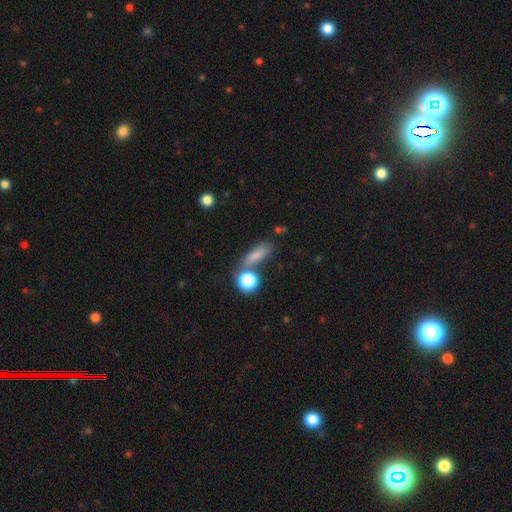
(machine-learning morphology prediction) A smooth galaxy with no disk features (77%) that is cigar-shaped (45%). Merging: none (60%).